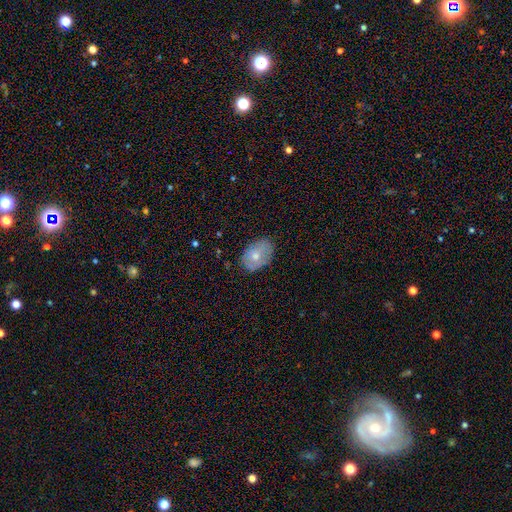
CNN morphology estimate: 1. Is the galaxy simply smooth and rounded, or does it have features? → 67% smooth, 26% featured or disk, 7% star or artifact.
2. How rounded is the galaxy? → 83% in between, 16% round, 1% cigar-shaped.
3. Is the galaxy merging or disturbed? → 75% none, 20% minor disturbance, 4% major disturbance, 1% merger.